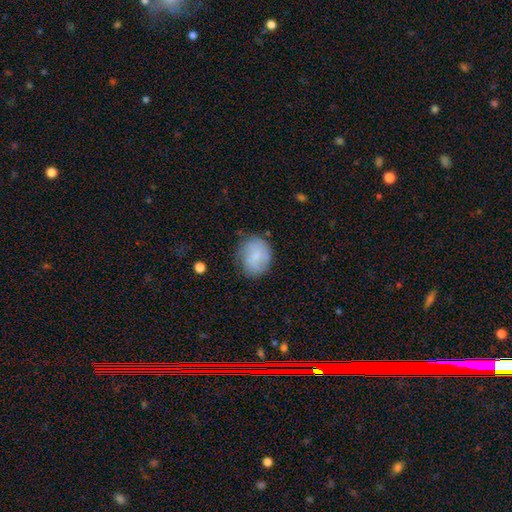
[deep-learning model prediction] smooth_or_featured: smooth (p=0.74) [alt: featured or disk p=0.18]
how_rounded: round (p=0.63) [alt: in between p=0.36]
merging: none (p=0.64) [alt: minor disturbance p=0.25]